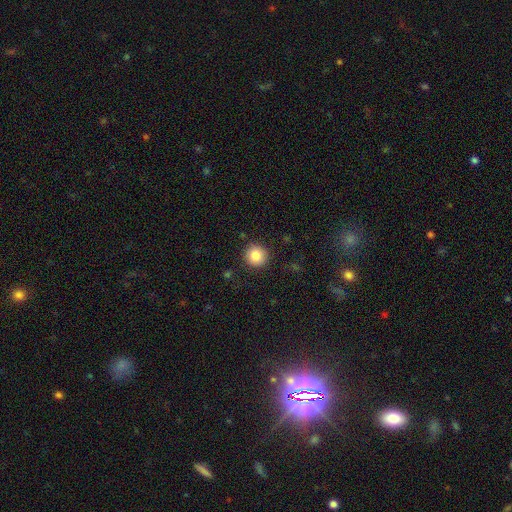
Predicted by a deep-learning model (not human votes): smooth-or-featured: smooth: 85% | star or artifact: 9% | featured or disk: 5%
  how-rounded: round: 94% | in between: 6% | cigar-shaped: 1%
  merging: none: 90% | minor disturbance: 7% | major disturbance: 2% | merger: 1%